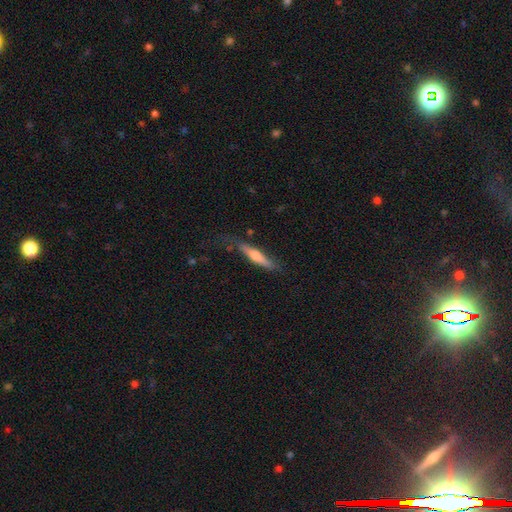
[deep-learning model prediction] Smooth or featured? smooth (52%)
How rounded? cigar-shaped (88%)
Merging? none (66%)